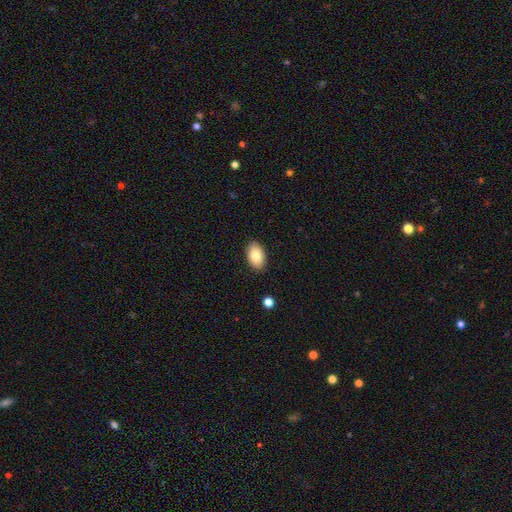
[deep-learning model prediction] Q: Smooth or featured?
A: smooth (83%); runner-up: featured or disk (10%)
Q: How rounded?
A: in between (91%); runner-up: round (7%)
Q: Merging?
A: none (89%); runner-up: minor disturbance (8%)